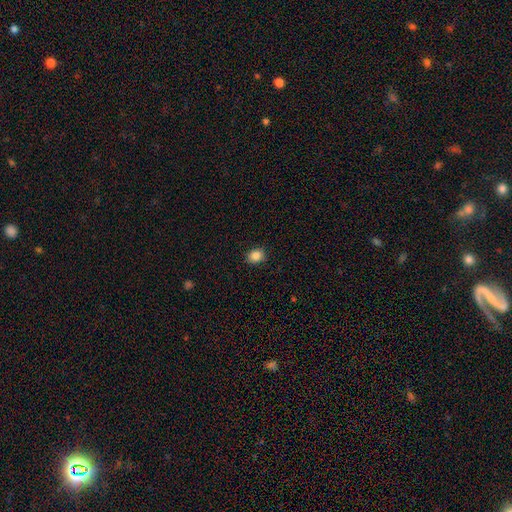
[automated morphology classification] Overall: smooth (87%). How rounded: round (54%; in between 45%). Merging: none (88%).